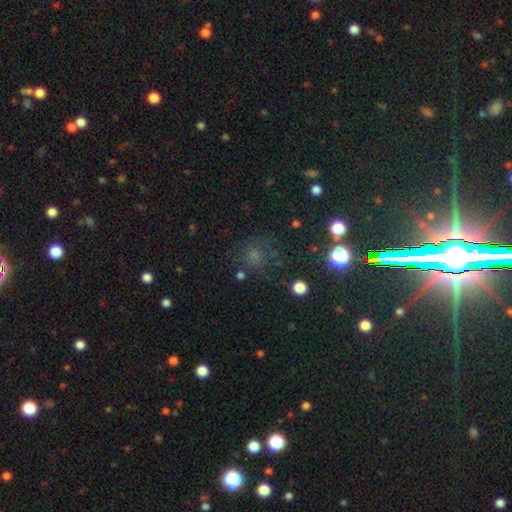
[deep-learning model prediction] Overall: smooth (51%; star or artifact 37%). How rounded: round (85%). Merging: none (71%).